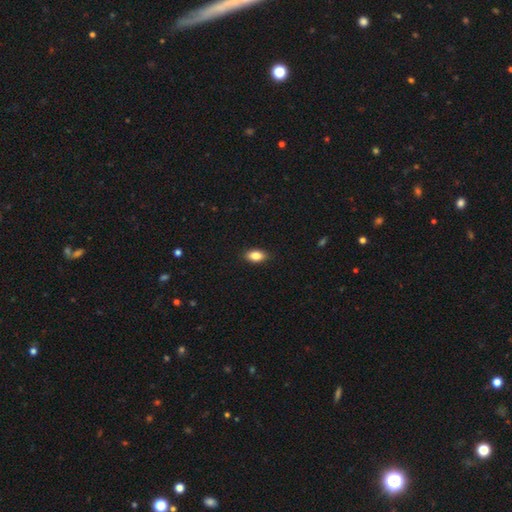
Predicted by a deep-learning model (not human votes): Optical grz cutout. It shows a smooth galaxy with no disk features (85%) that is in between round and cigar-shaped (89%). Merging: none (88%).